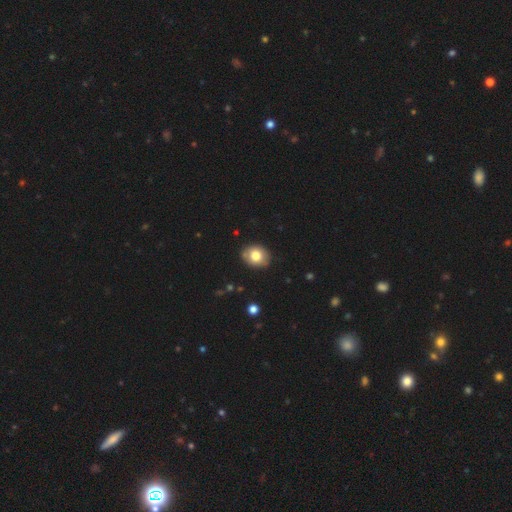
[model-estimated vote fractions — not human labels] smooth 77%, featured or disk 14%, star or artifact 8%. Down the decision tree: how rounded — round (52%); merging — none (85%).